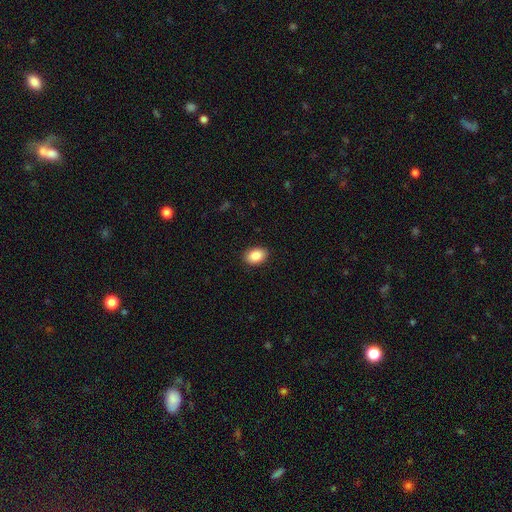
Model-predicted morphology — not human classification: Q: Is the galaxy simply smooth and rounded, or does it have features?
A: smooth — 88%.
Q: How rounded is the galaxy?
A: in between — 84%.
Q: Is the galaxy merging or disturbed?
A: none — 89%.